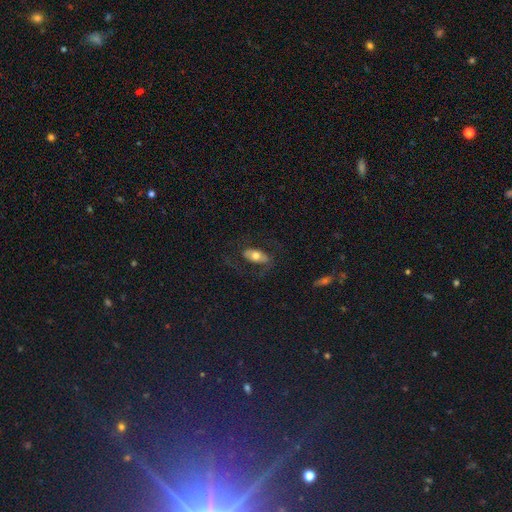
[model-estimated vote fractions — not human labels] A smooth galaxy with no disk features (57%) that is in between round and cigar-shaped (88%). Merging: none (72%).